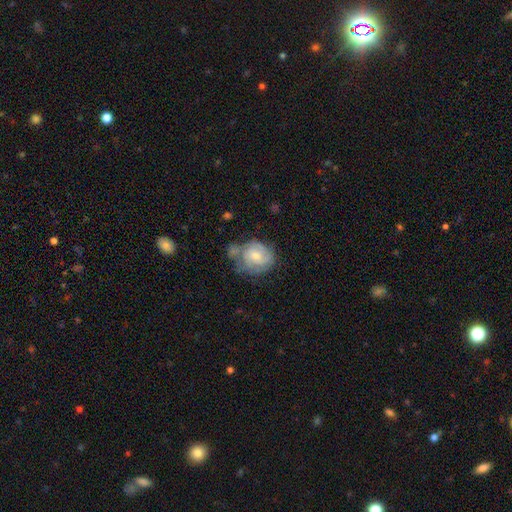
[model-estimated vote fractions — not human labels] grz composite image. It shows a featured or disk galaxy (59%) with no bar (59%), spiral arms (81%) and a small central bulge (50%). Merging: none (40%).